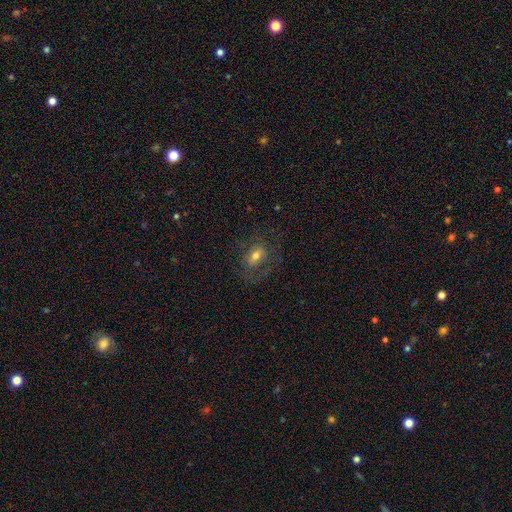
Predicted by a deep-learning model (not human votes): Smooth or featured? Predicted: smooth (p=0.52). How rounded? Predicted: in between (p=0.64). Merging? Predicted: none (p=0.62).